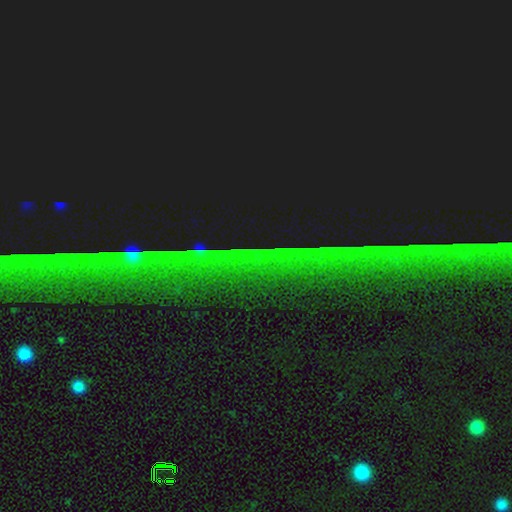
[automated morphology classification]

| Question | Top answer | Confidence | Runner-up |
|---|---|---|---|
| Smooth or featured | star or artifact | 84% | featured or disk (8%) |